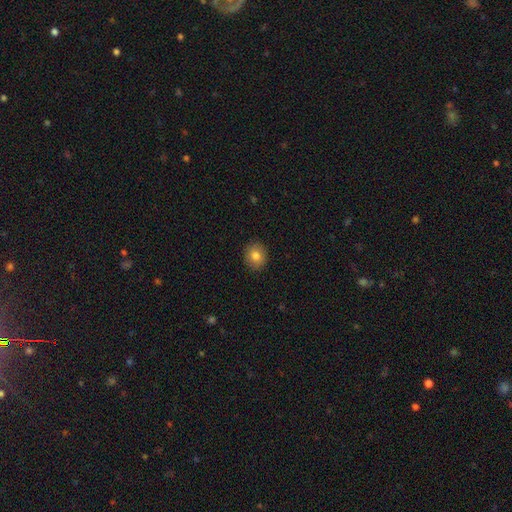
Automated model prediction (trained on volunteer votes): A smooth galaxy with no disk features (81%) that is round (78%).

Vote fractions:
- Smooth or featured? smooth: 81% / star or artifact: 9% / featured or disk: 9%
- How rounded? round: 78% / in between: 21% / cigar-shaped: 1%
- Merging? none: 91% / minor disturbance: 7% / major disturbance: 2% / merger: 1%